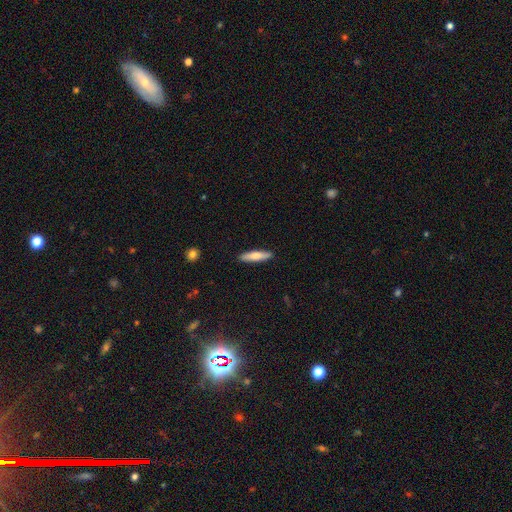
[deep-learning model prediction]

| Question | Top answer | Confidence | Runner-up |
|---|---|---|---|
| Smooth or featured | smooth | 73% | featured or disk (21%) |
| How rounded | cigar-shaped | 80% | in between (19%) |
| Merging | none | 90% | minor disturbance (7%) |